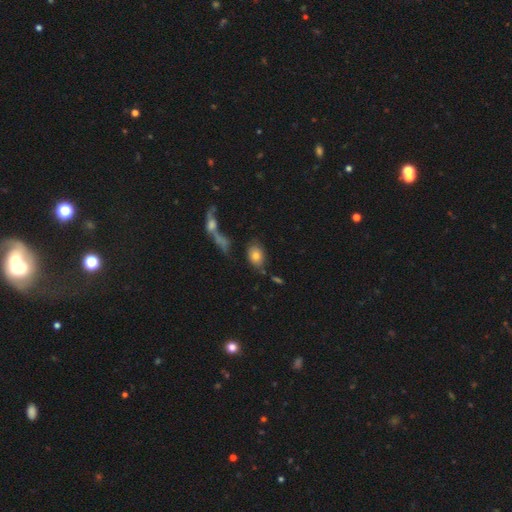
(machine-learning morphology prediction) The model was most divided on "merging": none: 64%, minor disturbance: 17%, merger: 12%, major disturbance: 7%. More confident: how rounded — in between (82%); smooth or featured — smooth (77%).